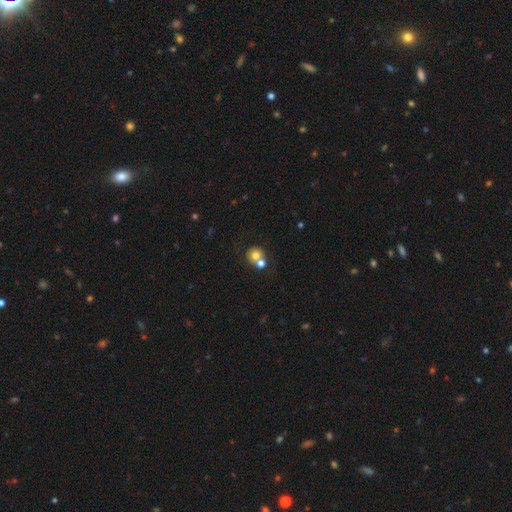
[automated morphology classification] A smooth galaxy with no disk features (70%) that is round (80%).

Vote fractions:
- Smooth or featured? smooth: 70% / featured or disk: 18% / star or artifact: 11%
- How rounded? round: 80% / in between: 19% / cigar-shaped: 1%
- Merging? merger: 48% / none: 40% / minor disturbance: 8% / major disturbance: 4%